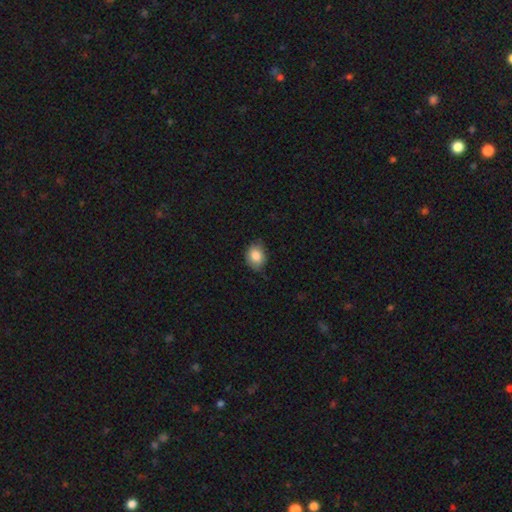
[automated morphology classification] Smooth or featured?
  - smooth: 85% *
  - star or artifact: 8%
  - featured or disk: 7%
How rounded?
  - in between: 57% *
  - round: 42%
  - cigar-shaped: 1%
Merging?
  - none: 75% *
  - minor disturbance: 21%
  - major disturbance: 3%
  - merger: 1%